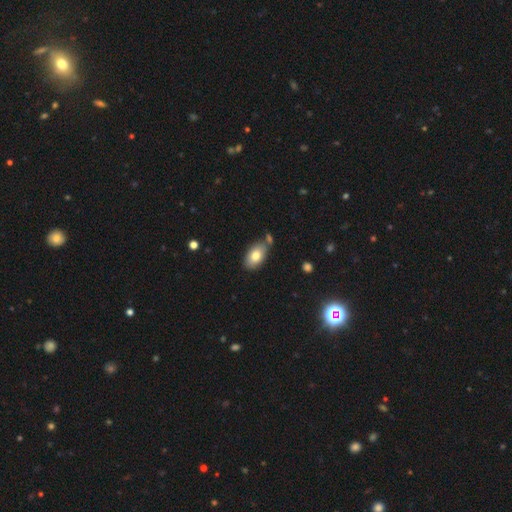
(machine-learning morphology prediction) smooth-or-featured: smooth: 79% | featured or disk: 14% | star or artifact: 8%
  how-rounded: in between: 92% | round: 6% | cigar-shaped: 2%
  merging: none: 70% | minor disturbance: 15% | merger: 11% | major disturbance: 4%